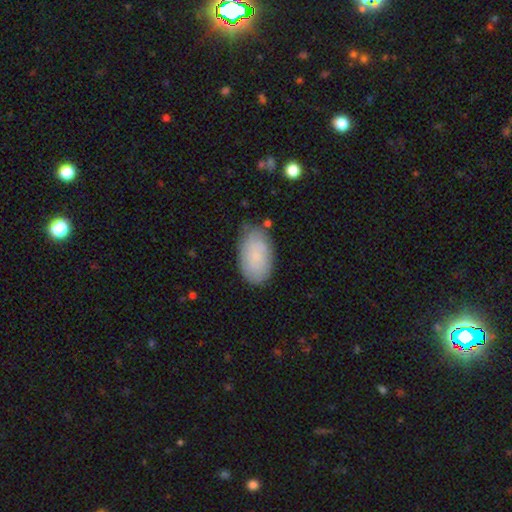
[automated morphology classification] type=smooth (75%); roundness=in between (94%); merging=none (75%).